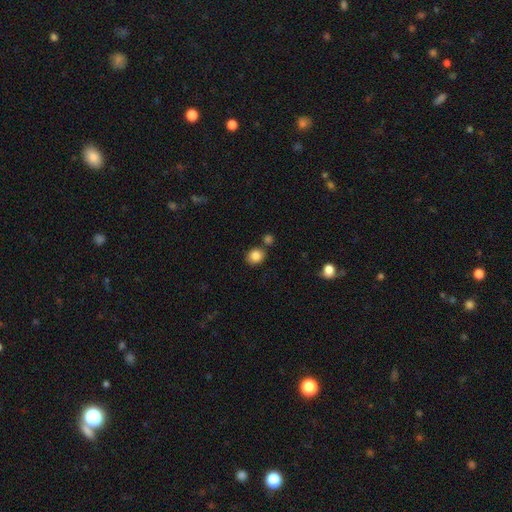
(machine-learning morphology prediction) Smooth or featured? smooth (85%)
How rounded? round (72%)
Merging? none (76%)